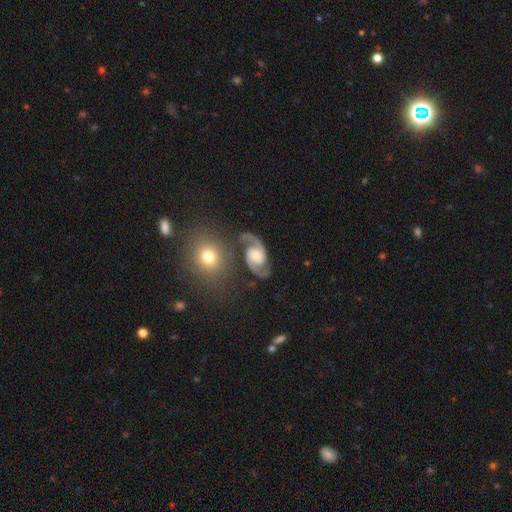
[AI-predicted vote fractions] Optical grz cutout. It shows a featured or disk galaxy (89%) with no bar (59%), 2 (93%) medium (55%) spiral arms (97%) and a moderate central bulge (41%). Merging: none (70%).